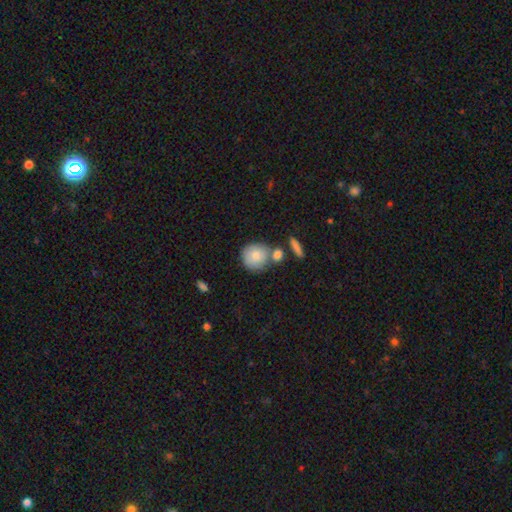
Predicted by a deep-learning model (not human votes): Smooth or featured: smooth — 80% (featured or disk — 13%)
How rounded: round — 86% (in between — 13%)
Merging: none — 57% (merger — 23%)